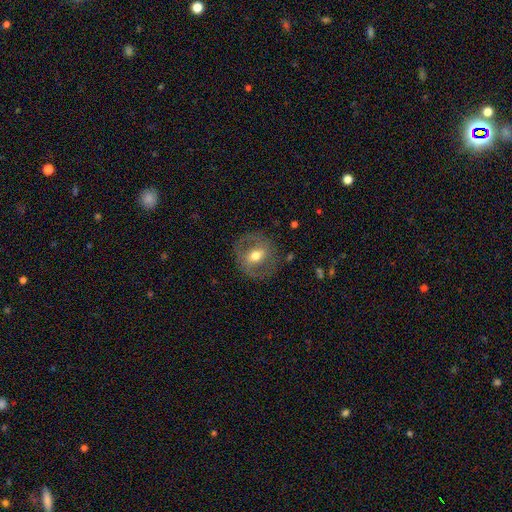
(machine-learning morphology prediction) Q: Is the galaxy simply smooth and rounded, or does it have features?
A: featured or disk — 56%.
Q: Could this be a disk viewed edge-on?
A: no — 92%.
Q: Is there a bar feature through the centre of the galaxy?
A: weak — 41%.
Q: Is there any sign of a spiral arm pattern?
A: no — 60%.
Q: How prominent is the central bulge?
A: moderate — 75%.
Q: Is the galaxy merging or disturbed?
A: none — 79%.